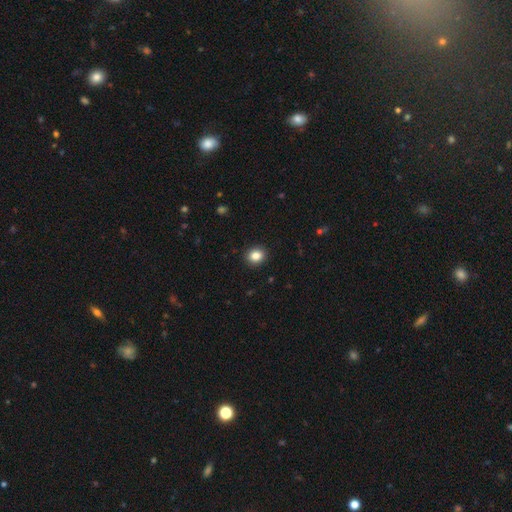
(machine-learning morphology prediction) smooth_or_featured: smooth (p=0.85) [alt: star or artifact p=0.10]
how_rounded: round (p=0.71) [alt: in between p=0.28]
merging: none (p=0.92) [alt: minor disturbance p=0.06]